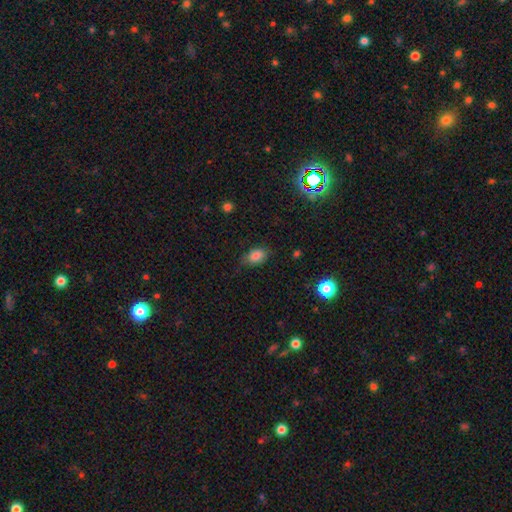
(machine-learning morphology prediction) A smooth galaxy with no disk features (83%) that is in between round and cigar-shaped (86%). Merging: none (66%).